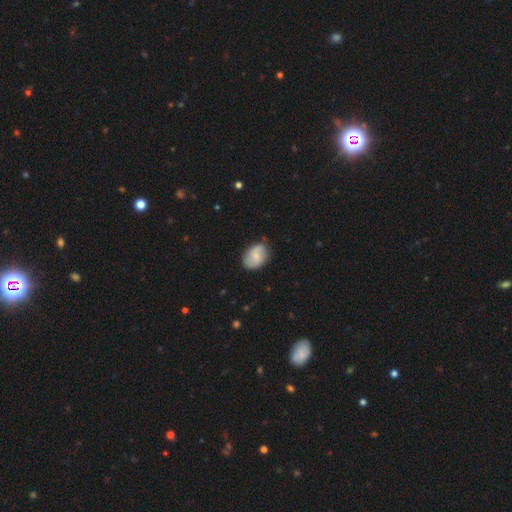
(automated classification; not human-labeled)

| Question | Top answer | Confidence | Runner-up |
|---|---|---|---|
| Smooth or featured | smooth | 58% | featured or disk (35%) |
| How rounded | in between | 72% | round (27%) |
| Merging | none | 74% | minor disturbance (21%) |